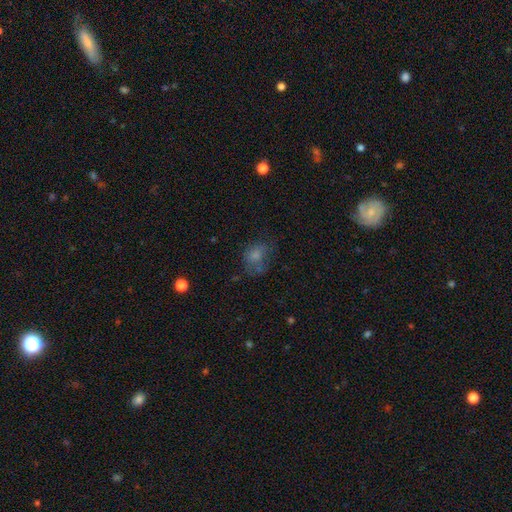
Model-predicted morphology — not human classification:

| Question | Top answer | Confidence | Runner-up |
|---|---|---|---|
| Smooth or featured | smooth | 71% | featured or disk (16%) |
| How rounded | in between | 54% | round (45%) |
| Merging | none | 47% | minor disturbance (26%) |